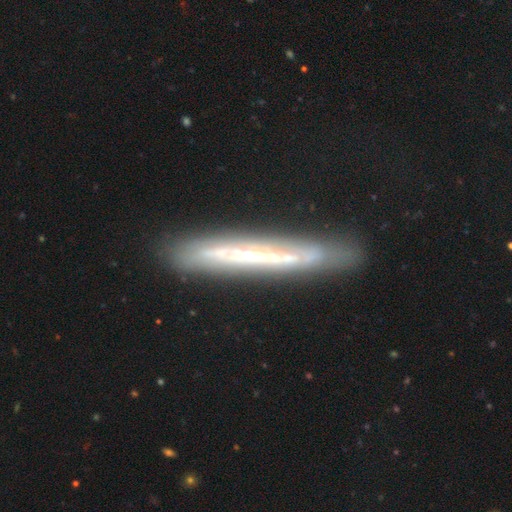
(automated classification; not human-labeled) This is likely a featured or disk galaxy (69%). It is clearly viewed edge-on (86%). Edge-on bulge: clearly none (83%). Merging: likely none (77%).